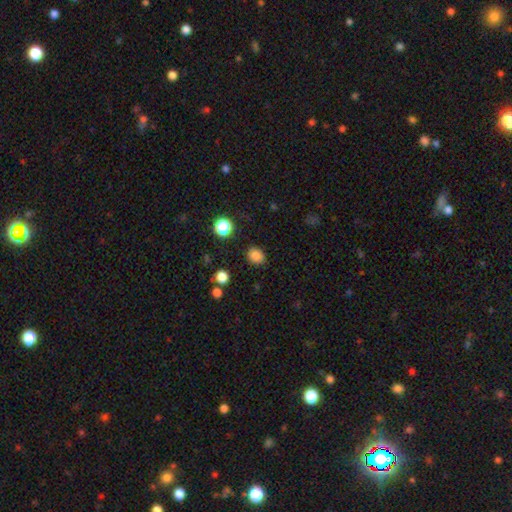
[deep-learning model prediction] smooth 84%, star or artifact 13%, featured or disk 4%. Down the decision tree: how rounded — round (53%); merging — none (86%).